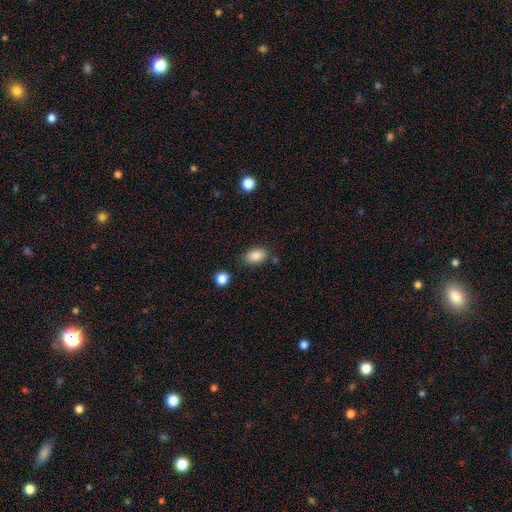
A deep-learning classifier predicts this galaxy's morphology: This is clearly a smooth galaxy (87%). How rounded: clearly in between (88%). Merging: likely none (79%).